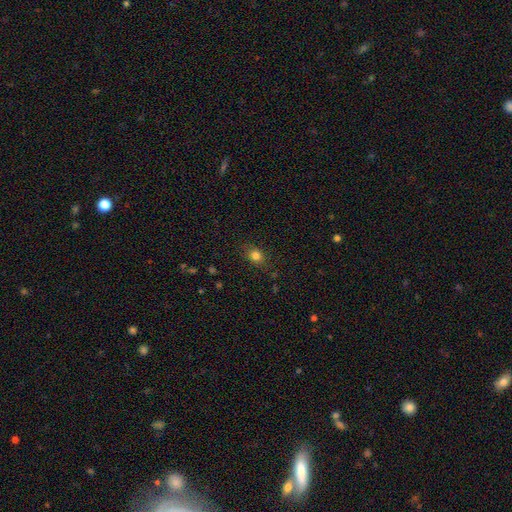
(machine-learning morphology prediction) type=smooth (81%); roundness=round (60%); merging=none (84%).